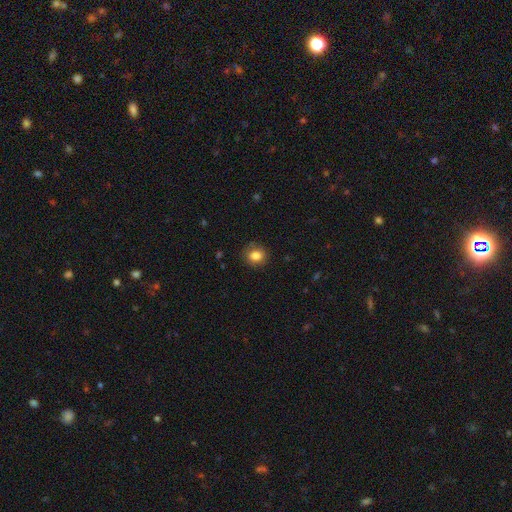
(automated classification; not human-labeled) A smooth galaxy with no disk features (83%) that is round (76%). Merging: none (84%).